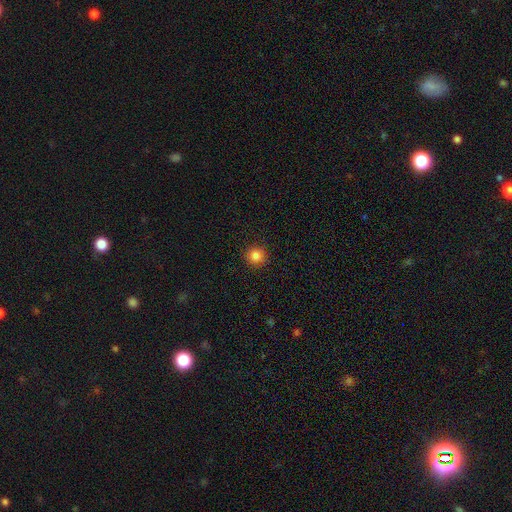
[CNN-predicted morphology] Smooth or featured? Predicted: smooth (p=0.84). How rounded? Predicted: round (p=0.94). Merging? Predicted: none (p=0.91).